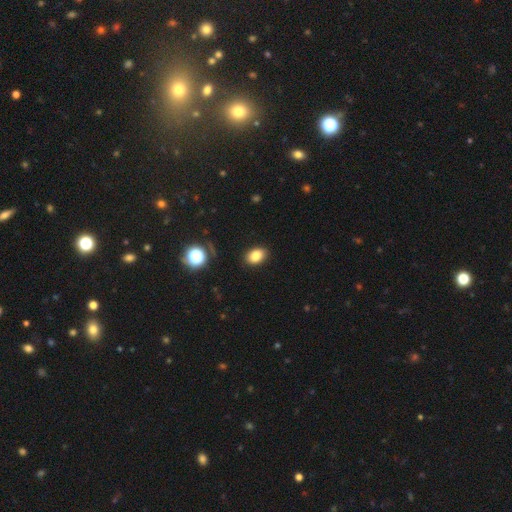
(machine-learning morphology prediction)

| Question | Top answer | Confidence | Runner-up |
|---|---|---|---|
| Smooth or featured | smooth | 84% | star or artifact (11%) |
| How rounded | in between | 82% | round (17%) |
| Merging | none | 88% | minor disturbance (8%) |